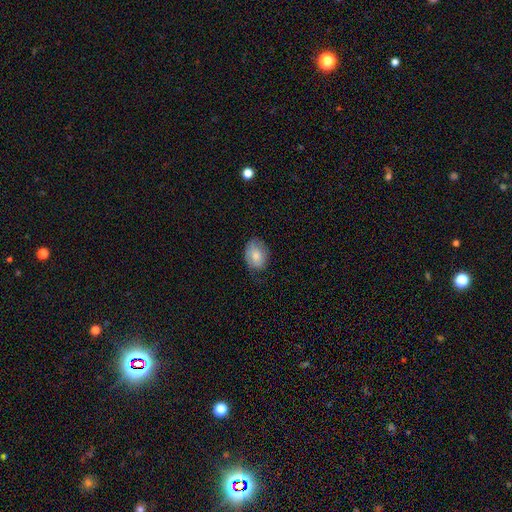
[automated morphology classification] smooth-or-featured: smooth: 78% | featured or disk: 15% | star or artifact: 7%
  how-rounded: in between: 69% | round: 30% | cigar-shaped: 1%
  merging: none: 67% | minor disturbance: 26% | major disturbance: 6% | merger: 1%